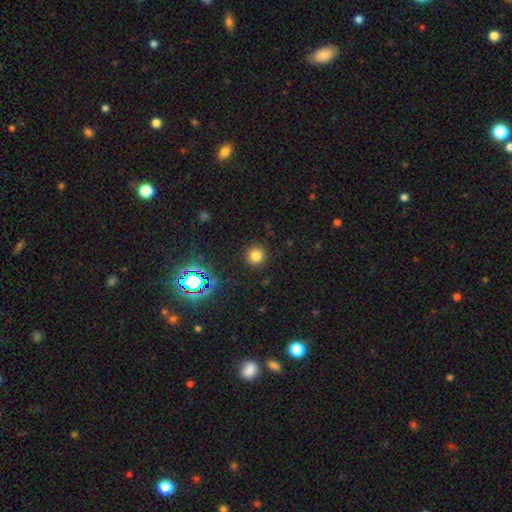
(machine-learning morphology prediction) Smooth or featured: smooth — 76% (star or artifact — 18%)
How rounded: round — 95% (in between — 4%)
Merging: none — 91% (minor disturbance — 6%)